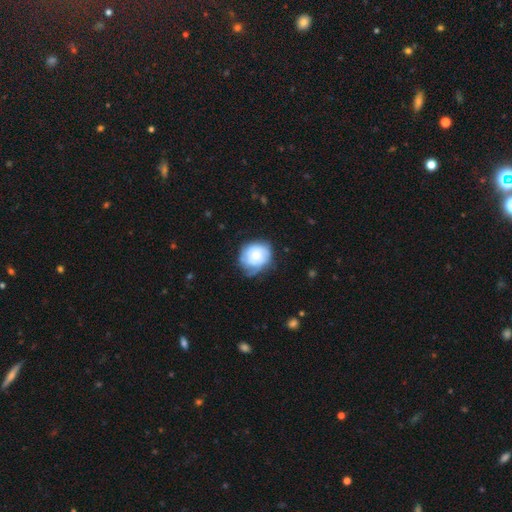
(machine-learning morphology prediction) Smooth or featured? smooth (53%)
How rounded? round (73%)
Merging? none (52%)